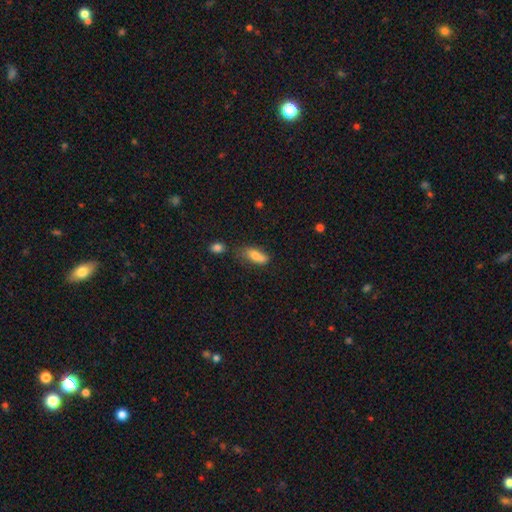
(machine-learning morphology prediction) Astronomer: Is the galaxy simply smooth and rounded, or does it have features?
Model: smooth — 76%.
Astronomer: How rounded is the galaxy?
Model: in between — 77%.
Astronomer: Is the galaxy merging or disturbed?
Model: none — 41% (runner-up: minor disturbance, 27%).